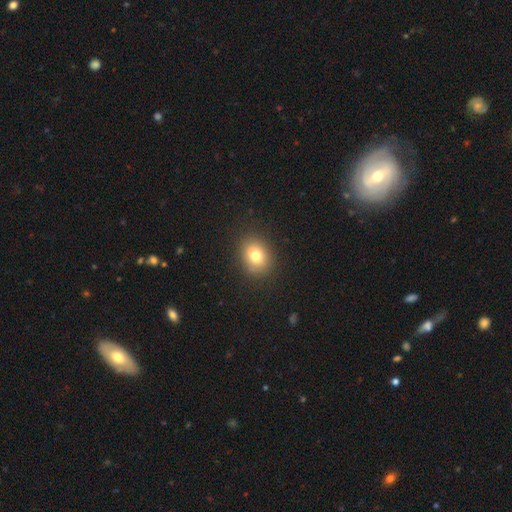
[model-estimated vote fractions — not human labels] smooth 76%, featured or disk 12%, star or artifact 12%. Down the decision tree: how rounded — round (52%); merging — none (85%).